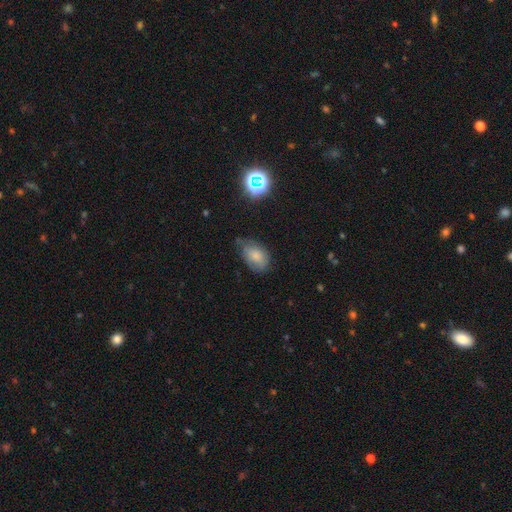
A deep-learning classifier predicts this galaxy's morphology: A smooth galaxy with no disk features (74%) that is in between round and cigar-shaped (88%).

Vote fractions:
- Smooth or featured? smooth: 74% / featured or disk: 16% / star or artifact: 10%
- How rounded? in between: 88% / round: 11% / cigar-shaped: 2%
- Merging? none: 50% / minor disturbance: 38% / major disturbance: 10% / merger: 3%